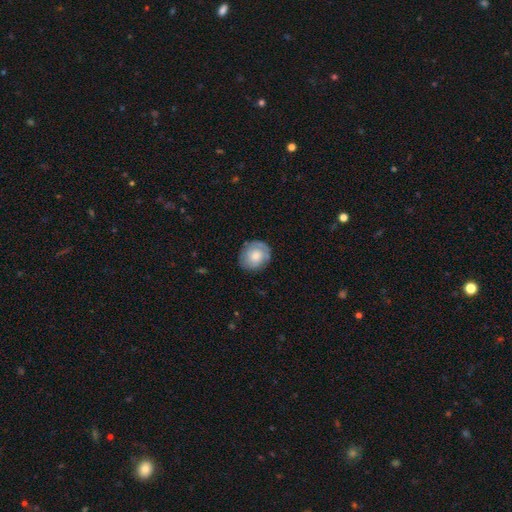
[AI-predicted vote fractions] This is possibly a featured or disk galaxy (47%, tied with smooth). Merging: likely none (79%).